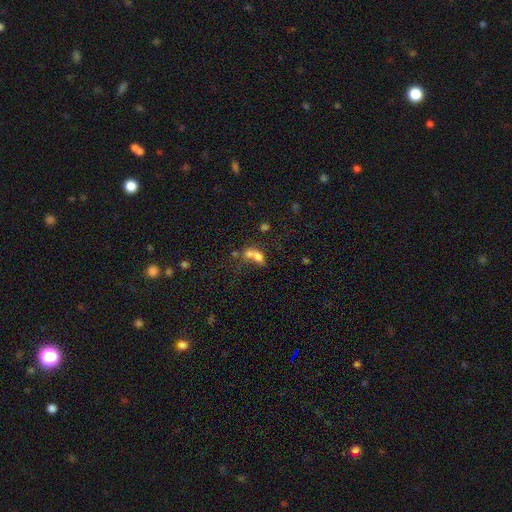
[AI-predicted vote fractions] smooth_or_featured: smooth (p=0.68) [alt: featured or disk p=0.19]
how_rounded: in between (p=0.70) [alt: round p=0.26]
merging: merger (p=0.66) [alt: none p=0.19]